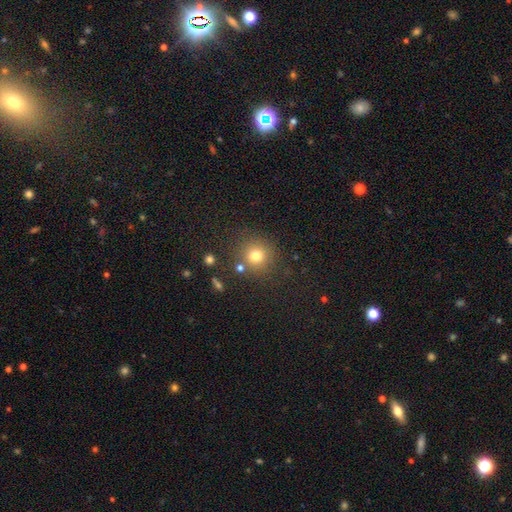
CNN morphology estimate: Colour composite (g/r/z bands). It shows a smooth galaxy with no disk features (76%) that is round (92%). Merging: none (81%).